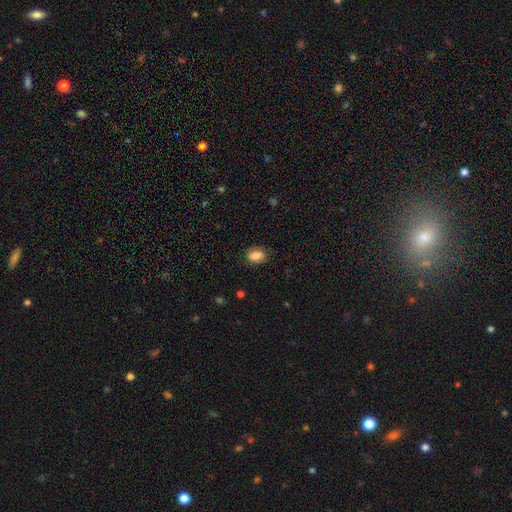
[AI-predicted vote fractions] Smooth or featured? Predicted: smooth (p=0.83). How rounded? Predicted: in between (p=0.81). Merging? Predicted: none (p=0.84).